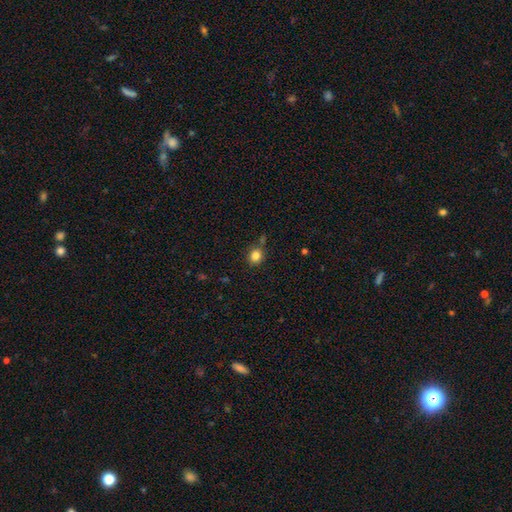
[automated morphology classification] A smooth galaxy with no disk features (84%) that is round (75%). Merging: none (76%).